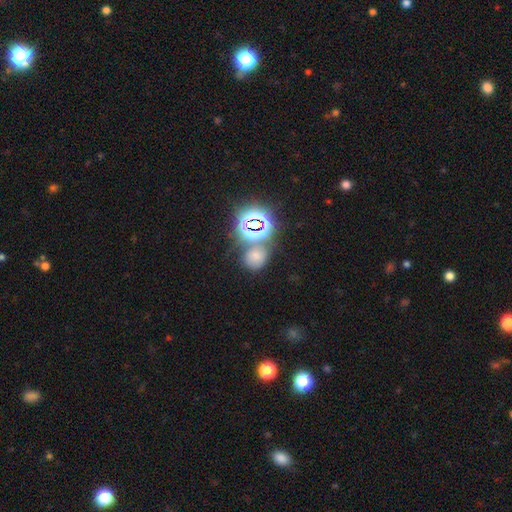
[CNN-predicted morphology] This appears to be a smooth galaxy with no disk features (54%) that is round (71%). Merging: none (60%).